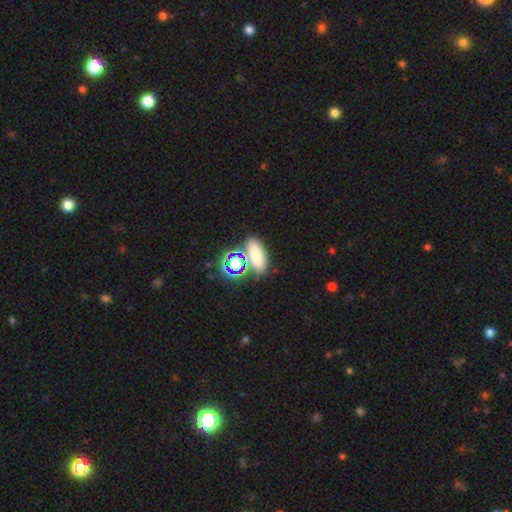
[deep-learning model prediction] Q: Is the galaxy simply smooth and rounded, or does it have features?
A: smooth — 67%.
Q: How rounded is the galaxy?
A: in between — 70%.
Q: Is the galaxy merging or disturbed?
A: none — 69%.